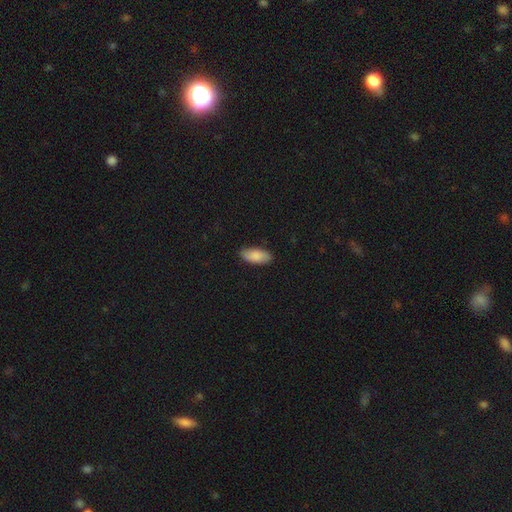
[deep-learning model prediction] The model was most divided on "merging": none: 86%, minor disturbance: 11%, major disturbance: 2%, merger: 1%. More confident: how rounded — in between (88%); smooth or featured — smooth (87%).